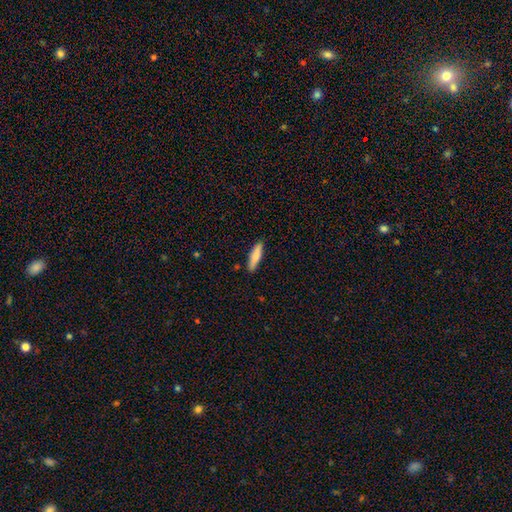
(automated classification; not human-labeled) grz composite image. It shows a smooth galaxy with no disk features (81%) that is cigar-shaped (77%). Merging: none (87%).